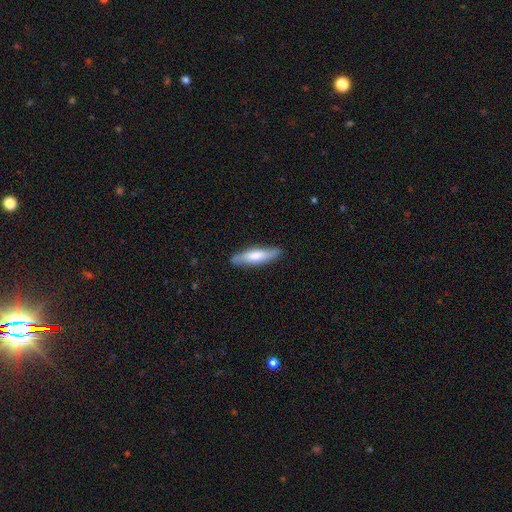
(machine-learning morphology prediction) This appears to be a smooth galaxy with no disk features (63%) that is cigar-shaped (76%). Merging: none (84%).